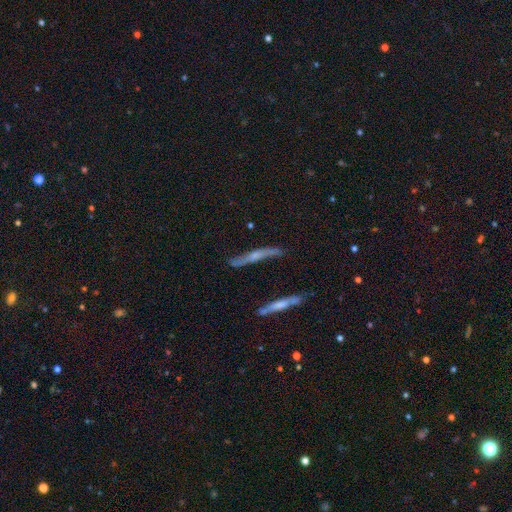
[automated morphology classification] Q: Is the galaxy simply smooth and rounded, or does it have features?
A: featured or disk — 68%.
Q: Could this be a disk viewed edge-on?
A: yes — 80%.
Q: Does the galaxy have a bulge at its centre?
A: rounded — 57%.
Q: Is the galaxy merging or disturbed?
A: none — 73%.